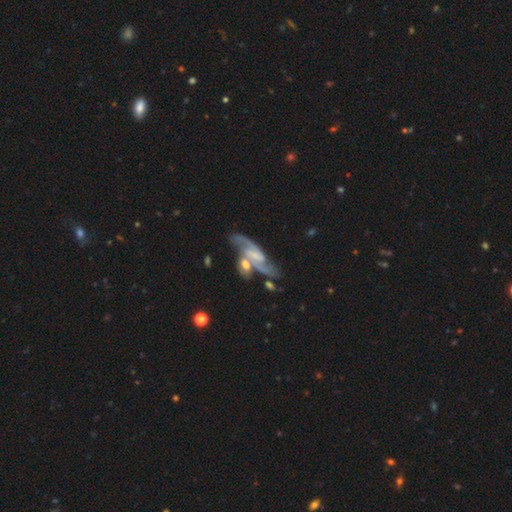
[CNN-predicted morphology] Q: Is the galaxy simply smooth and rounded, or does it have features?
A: featured or disk — 85%.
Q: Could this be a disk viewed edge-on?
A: no — 93%.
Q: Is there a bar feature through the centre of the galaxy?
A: weak — 46%.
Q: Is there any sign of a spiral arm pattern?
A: yes — 96%.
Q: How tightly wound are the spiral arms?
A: loose — 45%.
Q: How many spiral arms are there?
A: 2 — 89%.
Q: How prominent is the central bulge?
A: small — 39%.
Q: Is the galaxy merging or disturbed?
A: none — 47%.